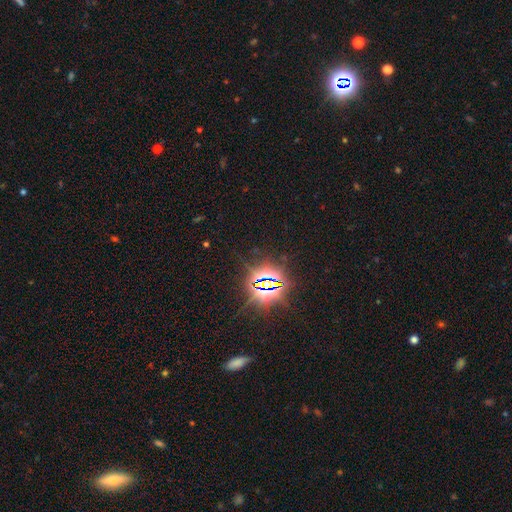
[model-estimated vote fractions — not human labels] Morphology: type=star or artifact (85%).